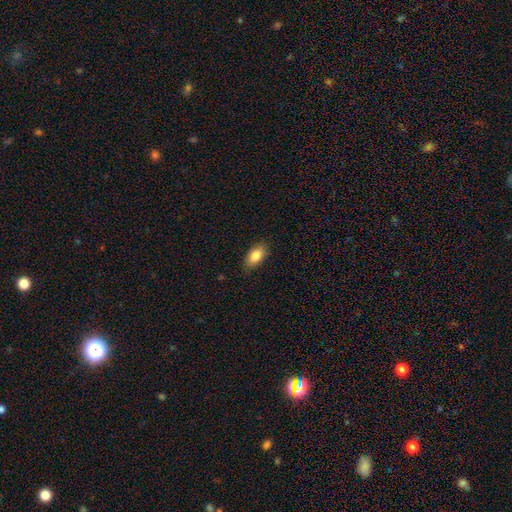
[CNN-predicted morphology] smooth_or_featured: smooth (p=0.83) [alt: featured or disk p=0.10]
how_rounded: in between (p=0.91) [alt: round p=0.04]
merging: none (p=0.83) [alt: minor disturbance p=0.14]